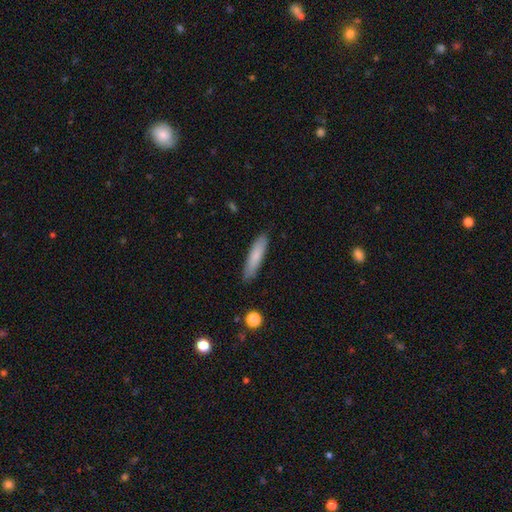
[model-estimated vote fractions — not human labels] A smooth galaxy with no disk features (77%) that is cigar-shaped (79%). Merging: none (87%).